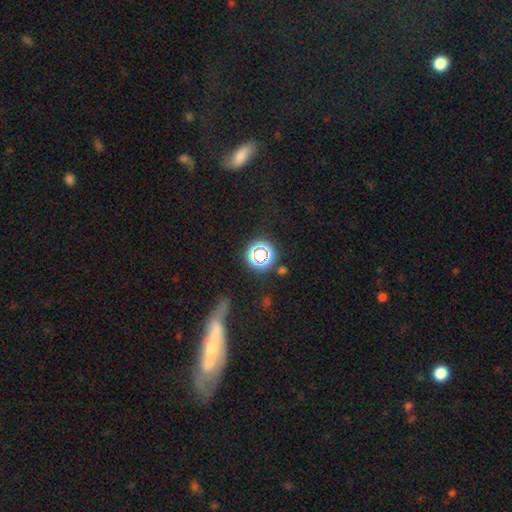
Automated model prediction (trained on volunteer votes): smooth_or_featured: star or artifact (p=0.58) [alt: smooth p=0.32]